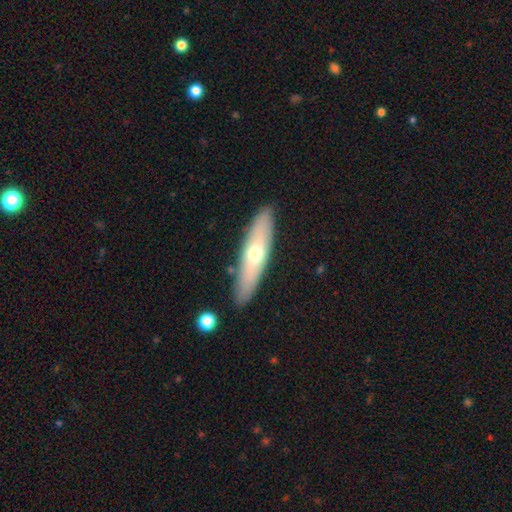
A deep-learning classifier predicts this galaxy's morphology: A smooth galaxy with no disk features (49%).

Vote fractions:
- Smooth or featured? smooth: 49% / featured or disk: 45% / star or artifact: 6%
- Merging? none: 86% / minor disturbance: 9% / merger: 2% / major disturbance: 2%